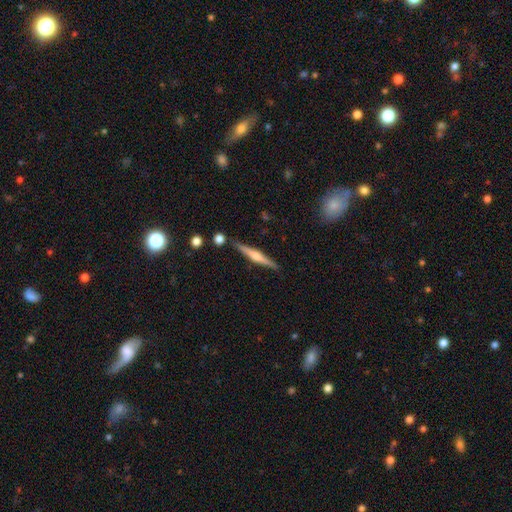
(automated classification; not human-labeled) Smooth or featured: featured or disk — 68% (smooth — 26%)
Edge-on disk: yes — 98% (no — 2%)
Edge-on bulge: rounded — 82% (boxy — 10%)
Merging: none — 87% (minor disturbance — 8%)